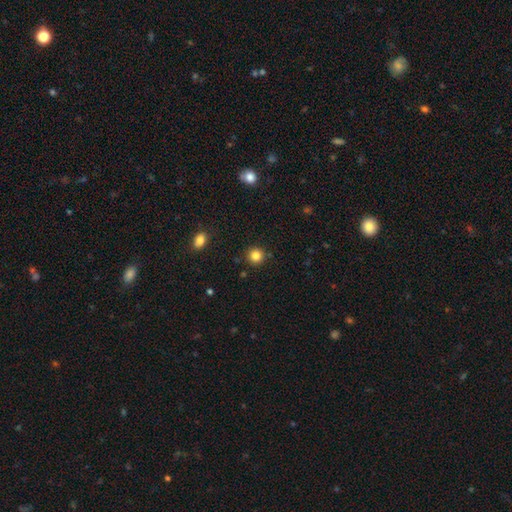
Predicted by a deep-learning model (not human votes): smooth_or_featured: smooth (p=0.84) [alt: star or artifact p=0.12]
how_rounded: round (p=0.94) [alt: in between p=0.05]
merging: none (p=0.90) [alt: minor disturbance p=0.06]